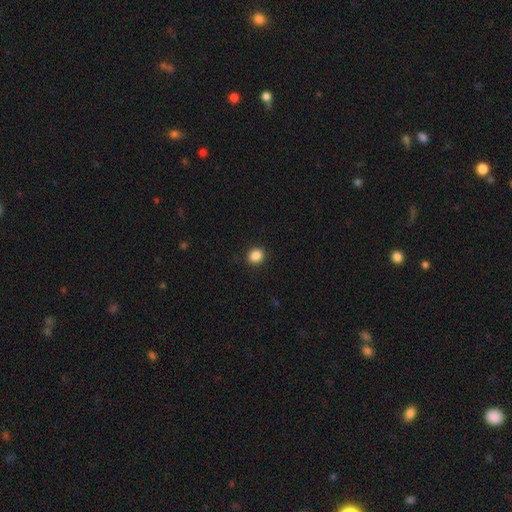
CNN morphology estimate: A smooth galaxy with no disk features (87%) that is round (81%). Merging: none (91%).